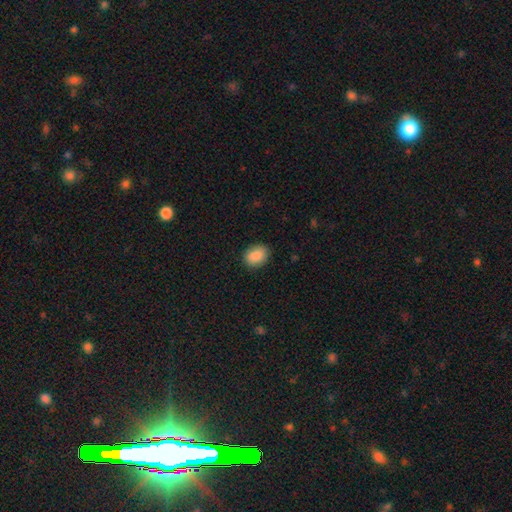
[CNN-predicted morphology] This appears to be a smooth galaxy with no disk features (89%) that is in between round and cigar-shaped (69%). Merging: none (87%).